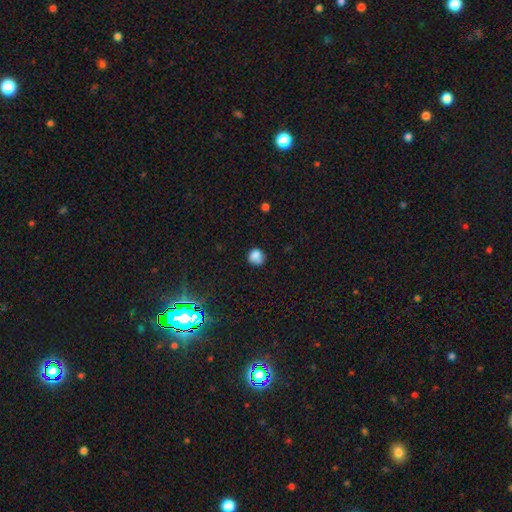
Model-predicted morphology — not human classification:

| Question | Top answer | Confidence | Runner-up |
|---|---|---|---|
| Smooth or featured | smooth | 81% | star or artifact (12%) |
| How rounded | round | 84% | in between (15%) |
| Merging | none | 71% | minor disturbance (20%) |